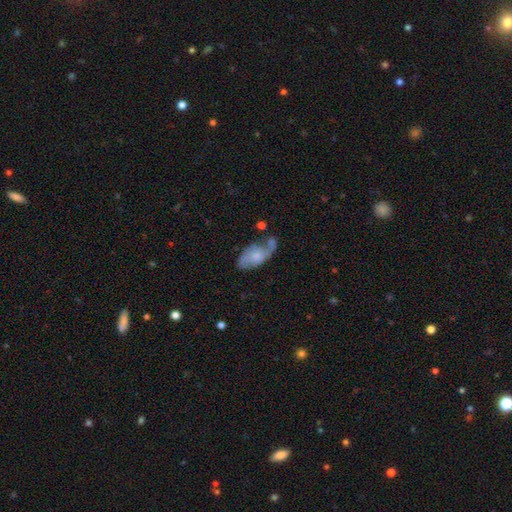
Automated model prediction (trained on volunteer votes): Smooth or featured?
  - featured or disk: 49% *
  - smooth: 44%
  - star or artifact: 7%
Merging?
  - none: 34% *
  - minor disturbance: 28%
  - major disturbance: 21%
  - merger: 18%